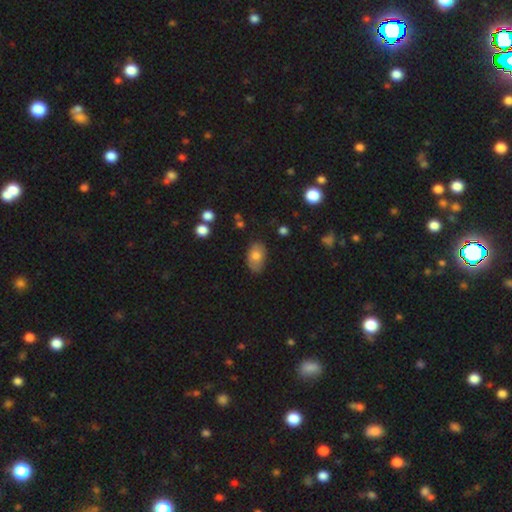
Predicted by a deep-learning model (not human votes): smooth_or_featured: smooth (p=0.74) [alt: featured or disk p=0.18]
how_rounded: in between (p=0.88) [alt: round p=0.11]
merging: none (p=0.74) [alt: minor disturbance p=0.20]